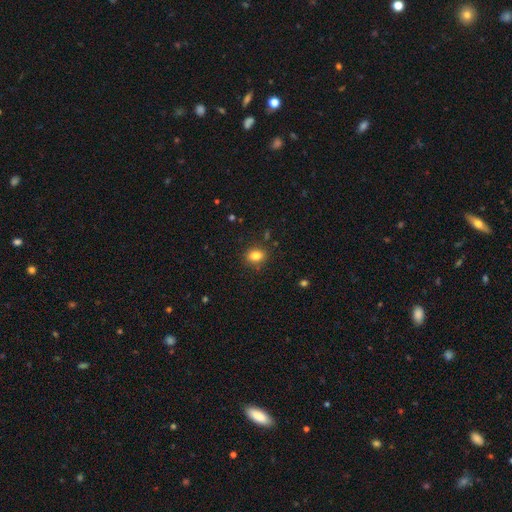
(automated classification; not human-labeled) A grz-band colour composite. It shows a smooth galaxy with no disk features (83%) that is in between round and cigar-shaped (63%). Merging: none (86%).